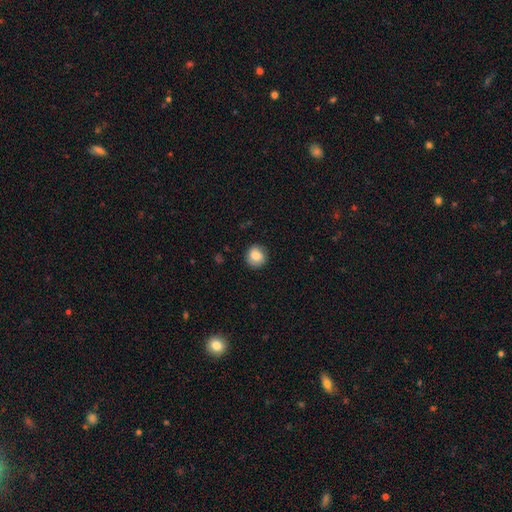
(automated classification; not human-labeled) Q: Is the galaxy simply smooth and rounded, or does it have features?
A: smooth — 85%.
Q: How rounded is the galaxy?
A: round — 86%.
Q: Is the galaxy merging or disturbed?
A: none — 86%.